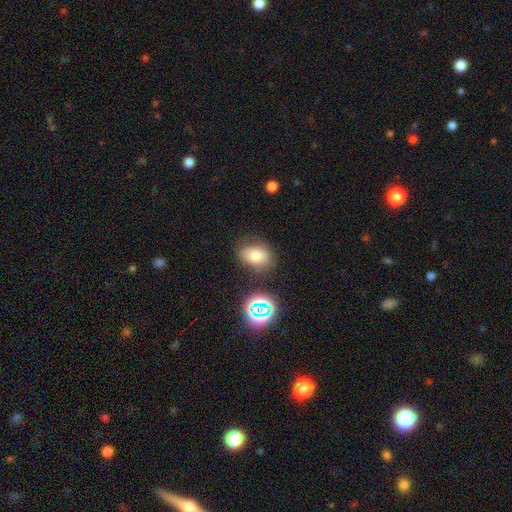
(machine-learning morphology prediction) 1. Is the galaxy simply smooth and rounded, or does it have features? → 72% smooth, 16% star or artifact, 13% featured or disk.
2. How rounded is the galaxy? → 70% in between, 29% round, 1% cigar-shaped.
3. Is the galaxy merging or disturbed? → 71% none, 19% minor disturbance, 6% major disturbance, 4% merger.